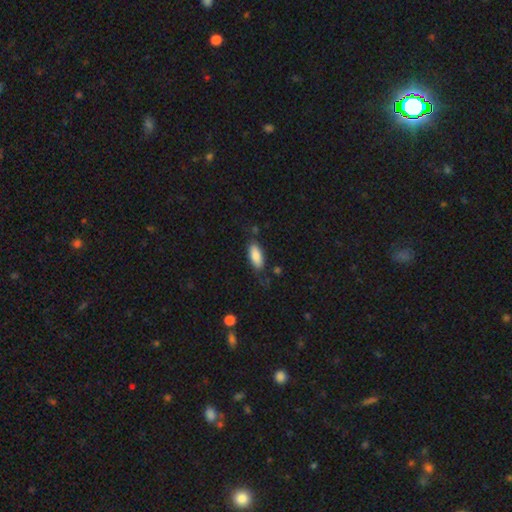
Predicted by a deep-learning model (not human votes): Smooth or featured?
  - smooth: 84% *
  - featured or disk: 9%
  - star or artifact: 7%
How rounded?
  - in between: 81% *
  - cigar-shaped: 17%
  - round: 2%
Merging?
  - none: 71% *
  - minor disturbance: 19%
  - major disturbance: 6%
  - merger: 3%